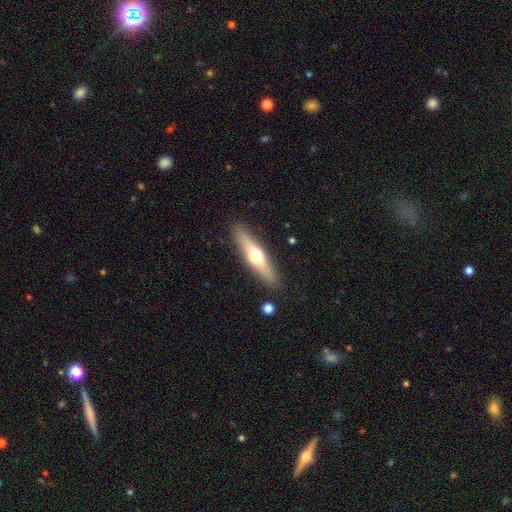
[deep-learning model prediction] A featured or disk galaxy (51%) viewed edge-on (91%).

Vote fractions:
- Smooth or featured? featured or disk: 51% / smooth: 43% / star or artifact: 6%
- Edge-on disk? yes: 91% / no: 9%
- Merging? none: 88% / minor disturbance: 8% / major disturbance: 2% / merger: 2%